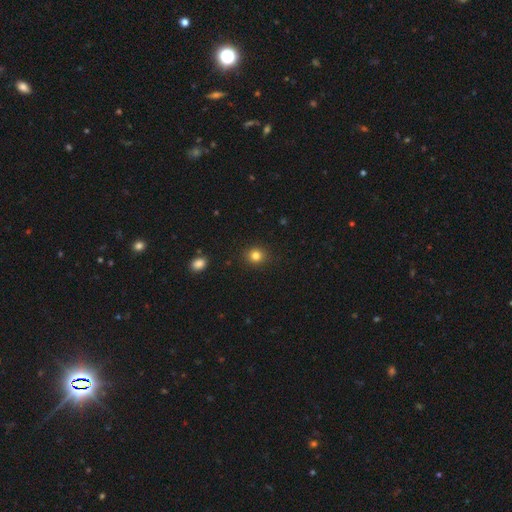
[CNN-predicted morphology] Smooth or featured: smooth — 82% (star or artifact — 13%)
How rounded: round — 83% (in between — 16%)
Merging: none — 90% (minor disturbance — 7%)